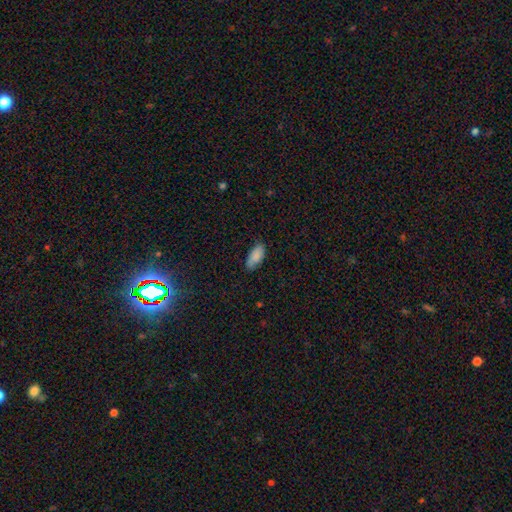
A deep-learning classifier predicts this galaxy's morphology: type=smooth (87%); roundness=in between (90%); merging=none (79%).